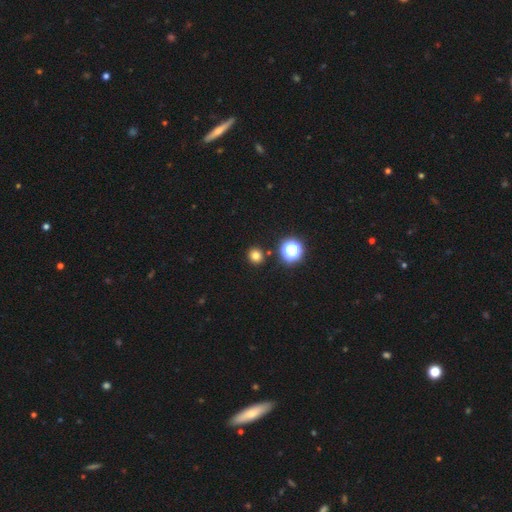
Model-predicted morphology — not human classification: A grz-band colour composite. It shows a smooth galaxy with no disk features (76%) that is round (88%). Merging: none (90%).